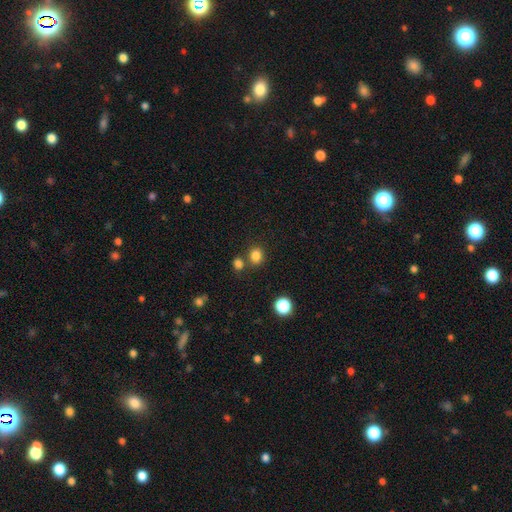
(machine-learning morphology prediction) smooth_or_featured: smooth (p=0.82) [alt: star or artifact p=0.13]
how_rounded: round (p=0.74) [alt: in between p=0.25]
merging: none (p=0.72) [alt: merger p=0.15]